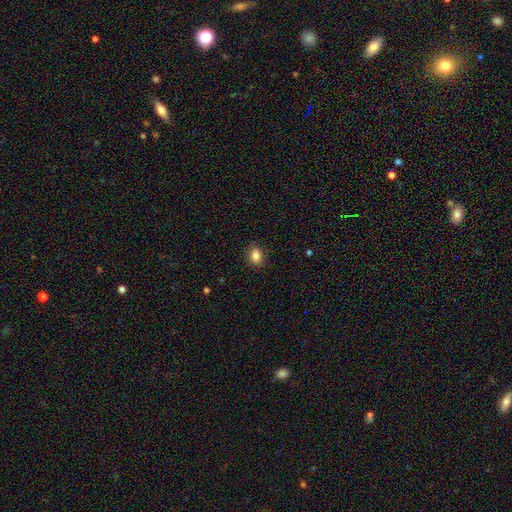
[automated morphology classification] type=smooth (85%); roundness=in between (63%); merging=none (88%).